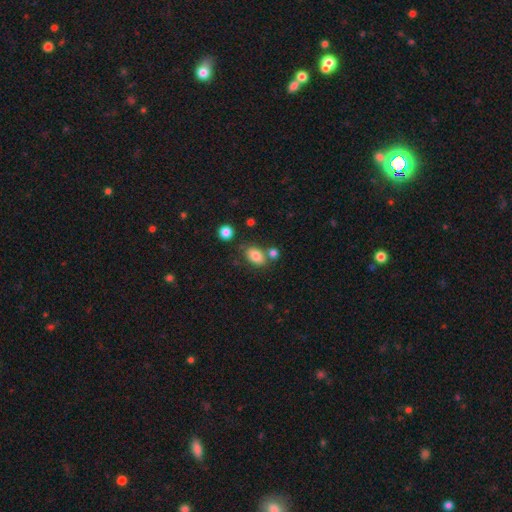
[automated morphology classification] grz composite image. It shows a smooth galaxy with no disk features (81%) that is in between round and cigar-shaped (84%). Merging: none (63%).